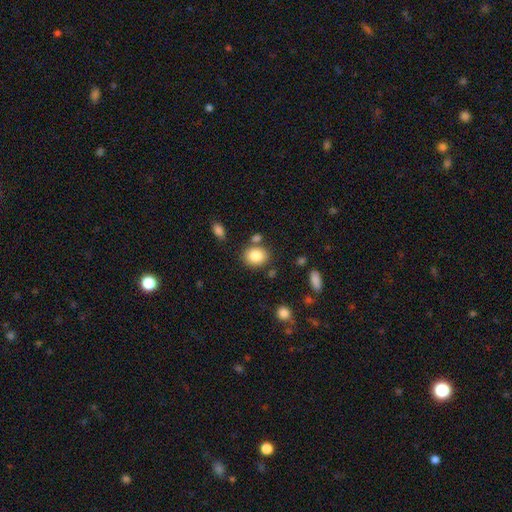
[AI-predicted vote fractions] The model was most divided on "how rounded": round: 55%, in between: 44%, cigar-shaped: 1%. More confident: smooth or featured — smooth (85%); merging — none (75%).